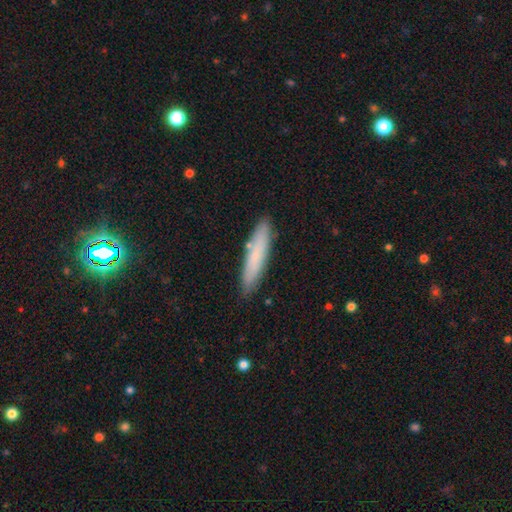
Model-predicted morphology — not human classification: Smooth or featured?
  - smooth: 73% *
  - featured or disk: 20%
  - star or artifact: 7%
How rounded?
  - cigar-shaped: 86% *
  - in between: 12%
  - round: 1%
Merging?
  - none: 86% *
  - minor disturbance: 10%
  - merger: 2%
  - major disturbance: 2%